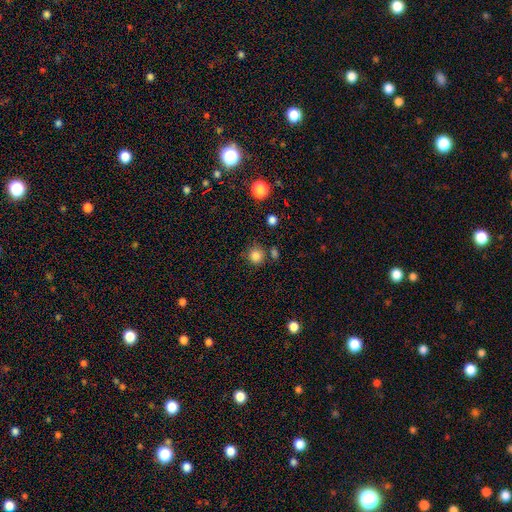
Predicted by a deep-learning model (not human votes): Morphology: type=smooth (83%); roundness=round (92%); merging=none (79%).